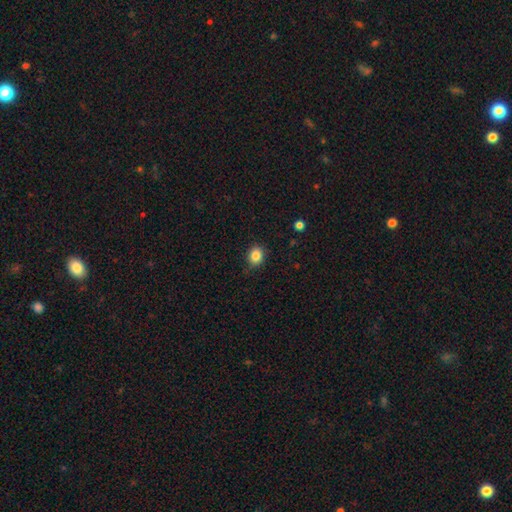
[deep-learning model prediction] smooth 85%, star or artifact 10%, featured or disk 5%. Down the decision tree: how rounded — round (63%); merging — none (85%).